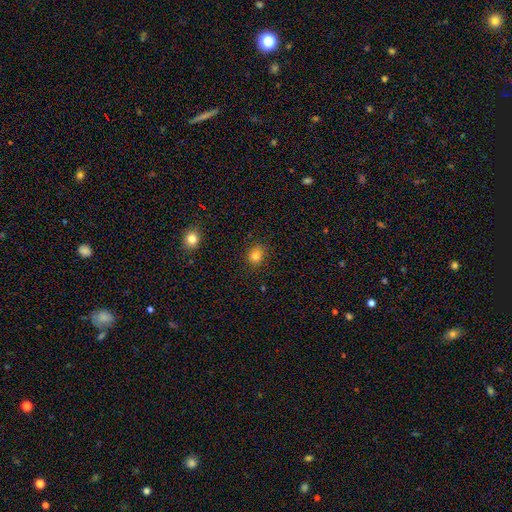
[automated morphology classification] This is clearly a smooth galaxy (82%). How rounded: likely round (66%). Merging: clearly none (84%).